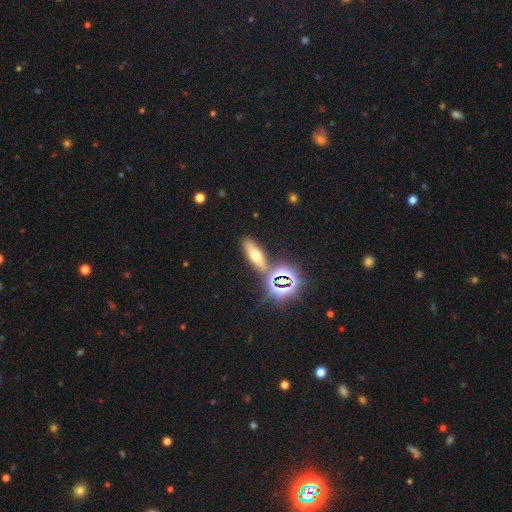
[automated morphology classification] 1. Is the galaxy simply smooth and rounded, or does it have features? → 47% smooth, 28% star or artifact, 25% featured or disk.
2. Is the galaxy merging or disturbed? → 78% none, 10% minor disturbance, 8% merger, 4% major disturbance.